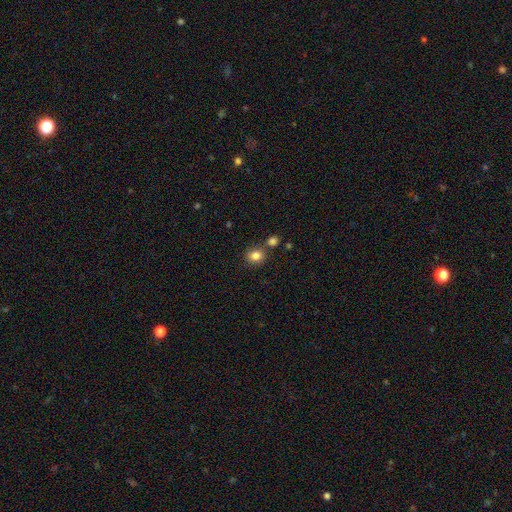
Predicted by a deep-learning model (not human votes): A smooth galaxy with no disk features (83%) that is round (75%).

Vote fractions:
- Smooth or featured? smooth: 83% / star or artifact: 11% / featured or disk: 6%
- How rounded? round: 75% / in between: 24% / cigar-shaped: 1%
- Merging? none: 73% / merger: 14% / minor disturbance: 10% / major disturbance: 3%